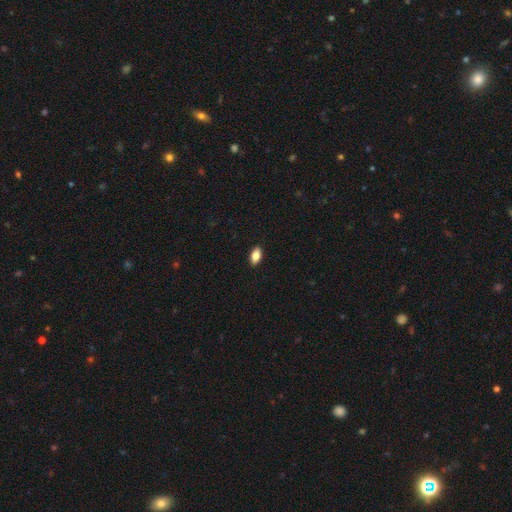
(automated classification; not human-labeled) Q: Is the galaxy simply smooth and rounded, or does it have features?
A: smooth — 81%.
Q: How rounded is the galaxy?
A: in between — 91%.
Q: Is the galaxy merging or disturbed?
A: none — 90%.